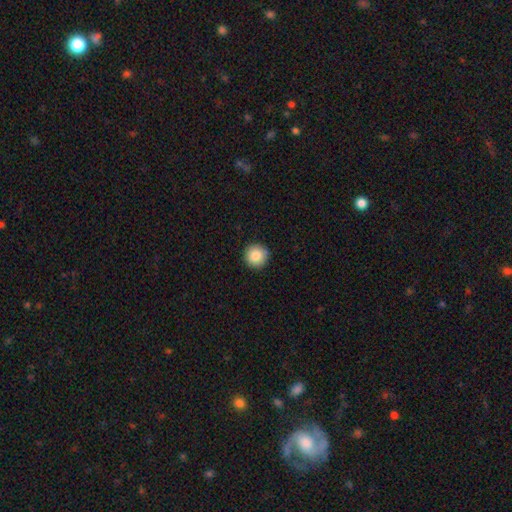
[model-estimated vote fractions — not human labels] smooth-or-featured: smooth: 86% | star or artifact: 9% | featured or disk: 6%
  how-rounded: round: 95% | in between: 4% | cigar-shaped: 1%
  merging: none: 92% | minor disturbance: 6% | major disturbance: 2% | merger: 1%